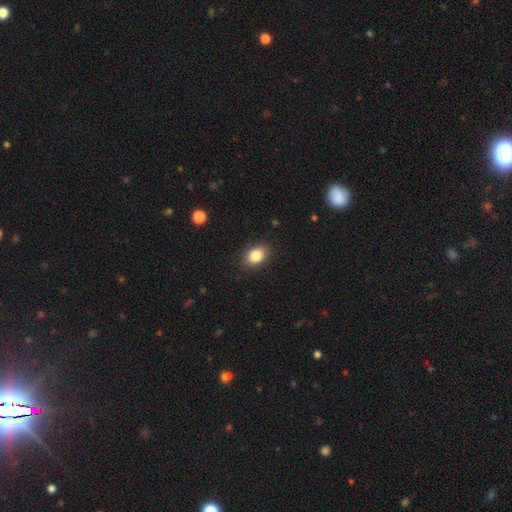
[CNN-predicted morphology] Smooth or featured? Predicted: smooth (p=0.85). How rounded? Predicted: in between (p=0.74). Merging? Predicted: none (p=0.87).